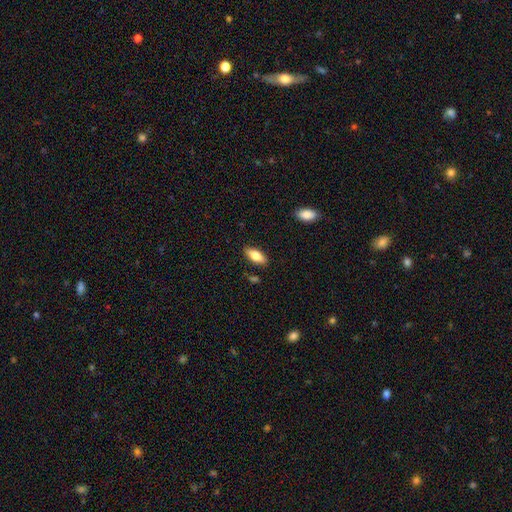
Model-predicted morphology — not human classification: Smooth or featured?
  - smooth: 78% *
  - featured or disk: 16%
  - star or artifact: 7%
How rounded?
  - in between: 83% *
  - cigar-shaped: 14%
  - round: 2%
Merging?
  - none: 87% *
  - minor disturbance: 9%
  - major disturbance: 2%
  - merger: 2%